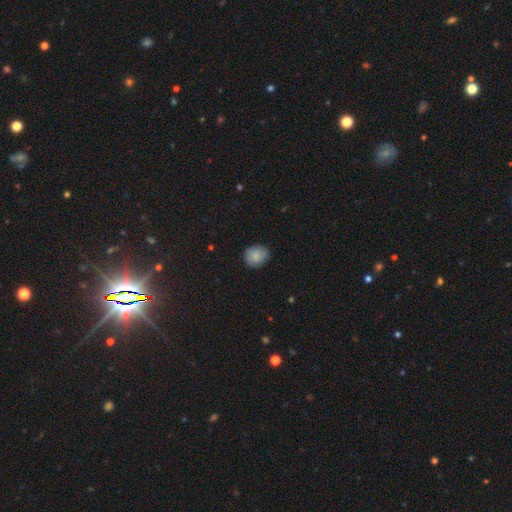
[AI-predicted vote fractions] Q: Smooth or featured?
A: smooth (82%); runner-up: featured or disk (10%)
Q: How rounded?
A: round (75%); runner-up: in between (24%)
Q: Merging?
A: none (79%); runner-up: minor disturbance (17%)